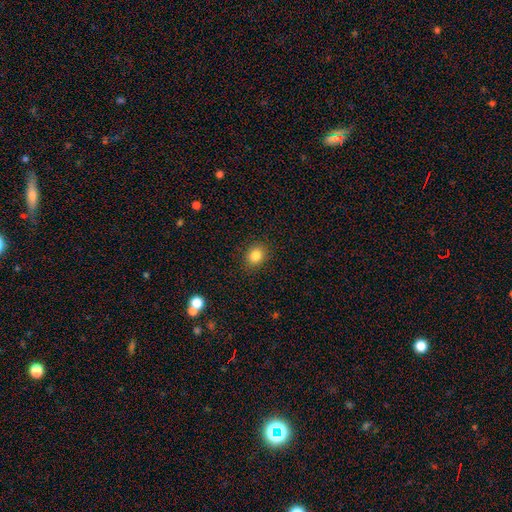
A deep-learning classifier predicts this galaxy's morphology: smooth-or-featured: smooth: 84% | star or artifact: 10% | featured or disk: 6%
  how-rounded: round: 55% | in between: 44% | cigar-shaped: 1%
  merging: none: 88% | minor disturbance: 9% | major disturbance: 3% | merger: 1%